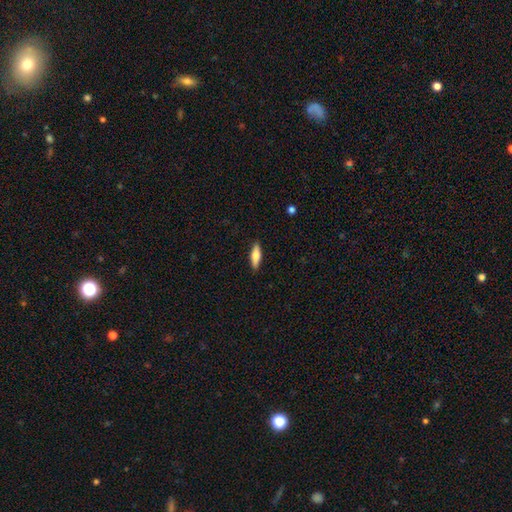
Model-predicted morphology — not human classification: This is likely a smooth galaxy (74%). How rounded: possibly cigar-shaped (57%). Merging: clearly none (89%).